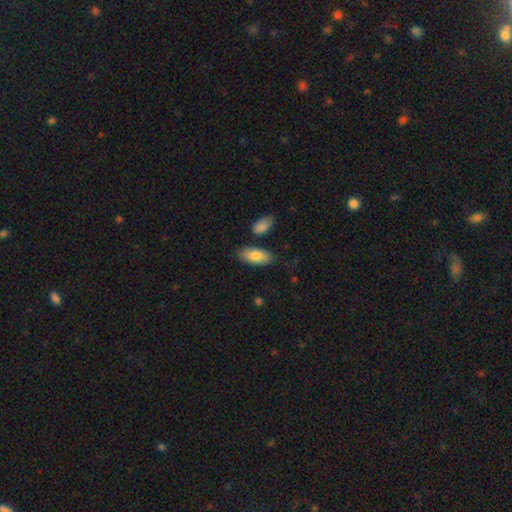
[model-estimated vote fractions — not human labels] The model was most divided on "merging": none: 80%, minor disturbance: 13%, merger: 5%, major disturbance: 3%. More confident: how rounded — in between (90%); smooth or featured — smooth (81%).